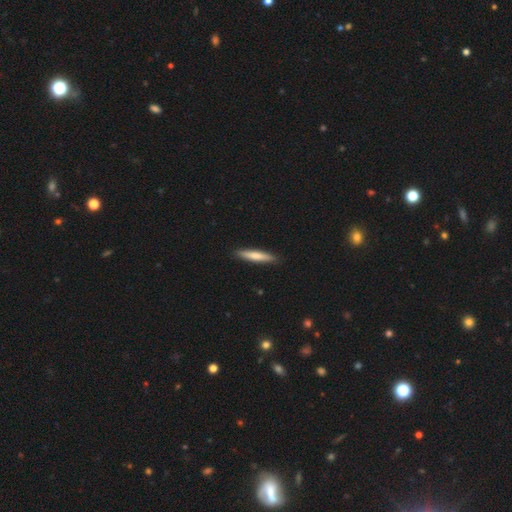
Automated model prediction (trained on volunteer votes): This appears to be a smooth galaxy with no disk features (72%) that is cigar-shaped (89%). Merging: none (90%).